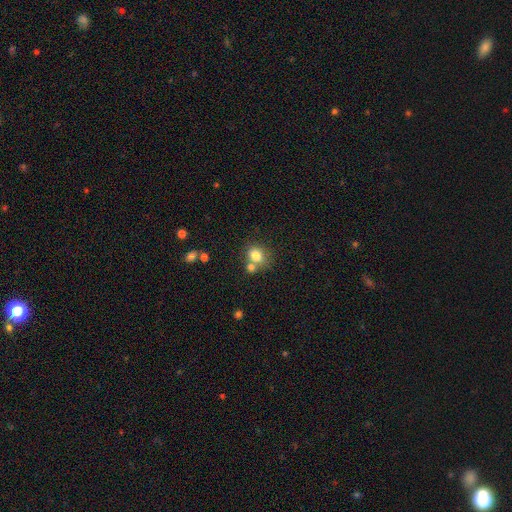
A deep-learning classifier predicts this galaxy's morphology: smooth 79%, star or artifact 11%, featured or disk 10%. Down the decision tree: how rounded — round (64%); merging — none (57%).